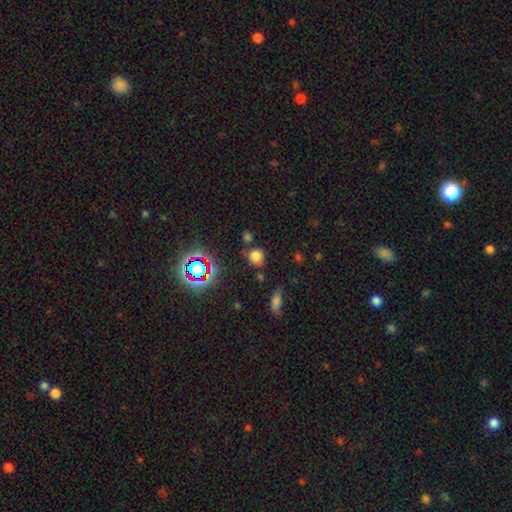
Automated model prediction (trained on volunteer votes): This is likely a smooth galaxy (71%). How rounded: likely round (76%). Merging: likely none (70%).